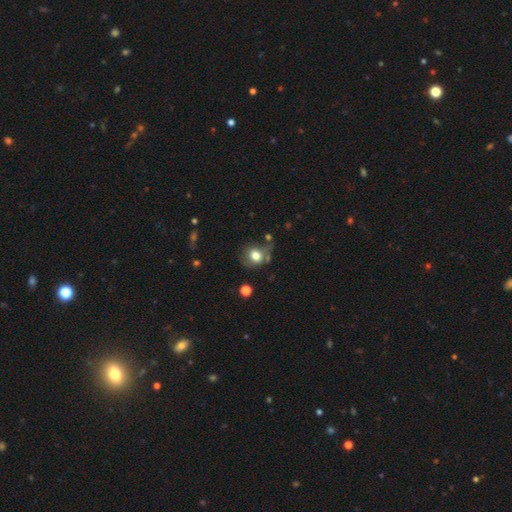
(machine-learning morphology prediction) smooth 74%, featured or disk 15%, star or artifact 10%. Down the decision tree: how rounded — round (71%); merging — none (52%).